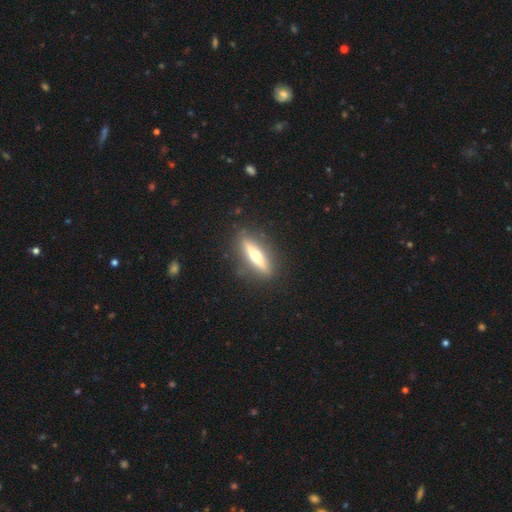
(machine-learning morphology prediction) Q: Smooth or featured?
A: featured or disk (61%); runner-up: smooth (33%)
Q: Edge-on disk?
A: yes (90%); runner-up: no (10%)
Q: Edge-on bulge?
A: rounded (92%); runner-up: none (5%)
Q: Merging?
A: none (87%); runner-up: minor disturbance (9%)